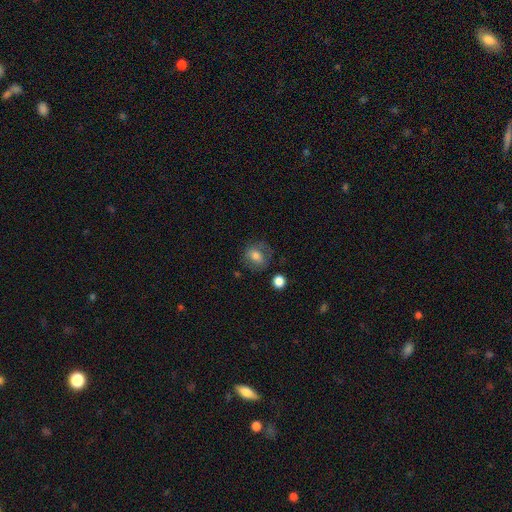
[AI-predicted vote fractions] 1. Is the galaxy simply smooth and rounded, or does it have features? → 69% smooth, 21% featured or disk, 10% star or artifact.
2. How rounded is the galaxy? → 50% in between, 49% round, 2% cigar-shaped.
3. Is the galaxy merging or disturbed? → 65% none, 20% minor disturbance, 11% major disturbance, 4% merger.